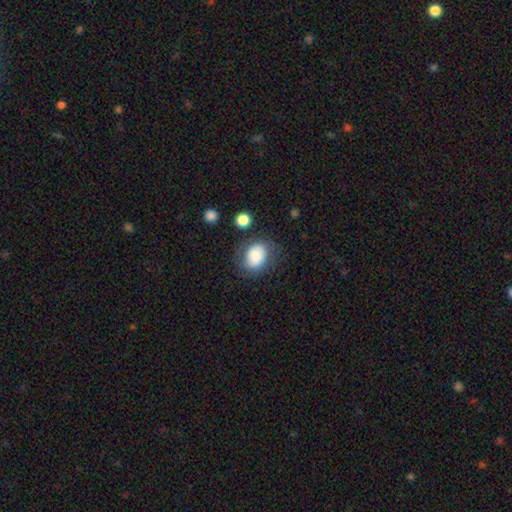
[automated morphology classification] type=smooth (71%); roundness=in between (55%); merging=none (65%).